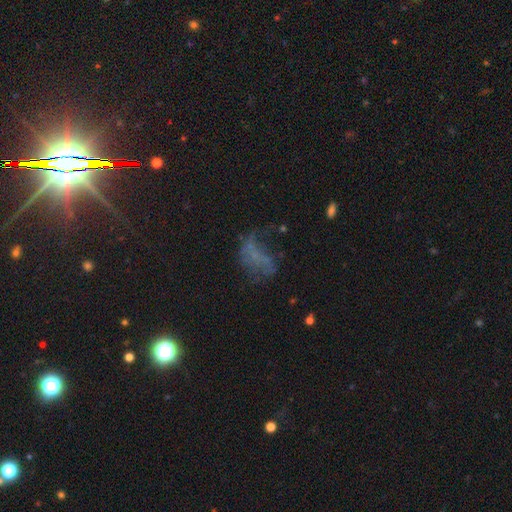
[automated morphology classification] Smooth or featured?
  - featured or disk: 44% *
  - star or artifact: 28%
  - smooth: 28%
Merging?
  - major disturbance: 37% * (tied)
  - none: 37% * (tied)
  - minor disturbance: 20%
  - merger: 6%